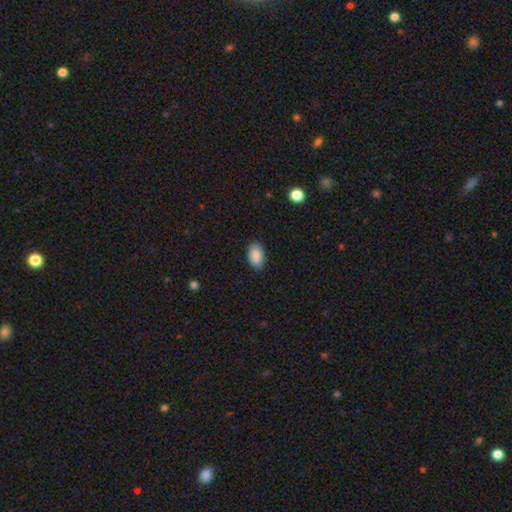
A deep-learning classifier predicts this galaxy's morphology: This appears to be a smooth galaxy with no disk features (89%) that is in between round and cigar-shaped (93%). Merging: none (87%).